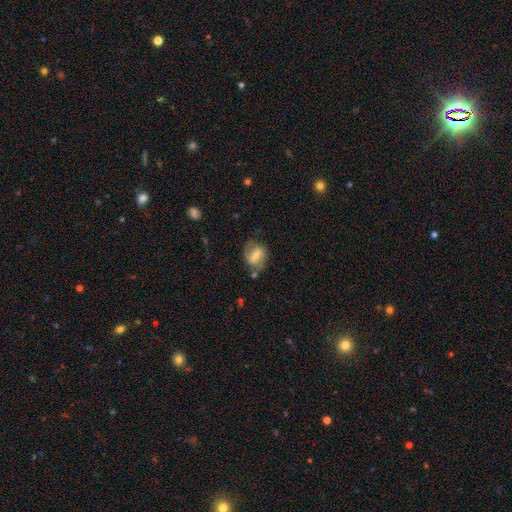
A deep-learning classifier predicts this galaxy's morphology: A featured or disk galaxy (53%) with a weak bar (42%), spiral arms (79%) and a moderate central bulge (37%, tied with small).

Vote fractions:
- Smooth or featured? featured or disk: 53% / smooth: 39% / star or artifact: 8%
- Edge-on disk? no: 96% / yes: 4%
- Bar? weak: 42% / strong: 39% / no: 19%
- Spiral arms? yes: 79% / no: 21%
- Bulge size? moderate: 37% (tied) / small: 37% (tied) / none: 14% / large: 10% / dominant: 2%
- Merging? none: 59% / minor disturbance: 24% / major disturbance: 12% / merger: 6%